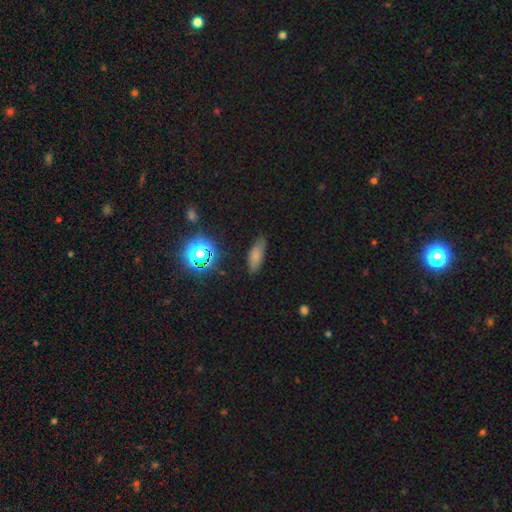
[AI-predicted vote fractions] smooth_or_featured: smooth (p=0.71) [alt: star or artifact p=0.16]
how_rounded: in between (p=0.67) [alt: cigar-shaped p=0.28]
merging: none (p=0.76) [alt: minor disturbance p=0.18]